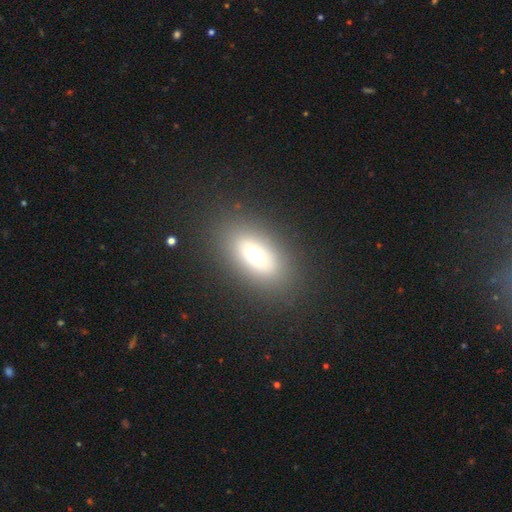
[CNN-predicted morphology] smooth-or-featured: smooth: 69% | featured or disk: 21% | star or artifact: 10%
  how-rounded: in between: 85% | cigar-shaped: 10% | round: 5%
  merging: none: 83% | minor disturbance: 10% | major disturbance: 5% | merger: 1%